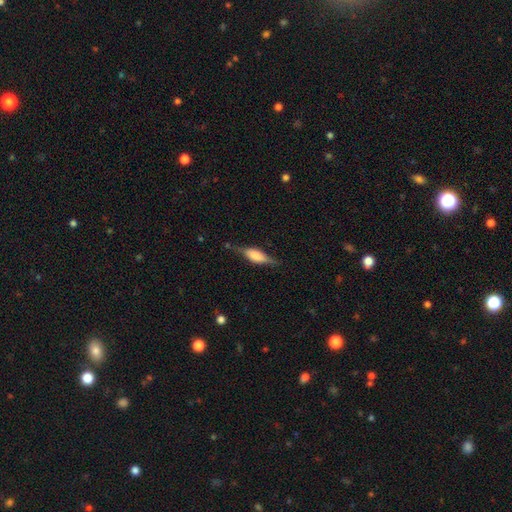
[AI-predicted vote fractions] smooth-or-featured: featured or disk: 51% | smooth: 42% | star or artifact: 7%
  disk-edge-on: yes: 92% | no: 8%
  merging: none: 71% | minor disturbance: 21% | major disturbance: 7% | merger: 2%